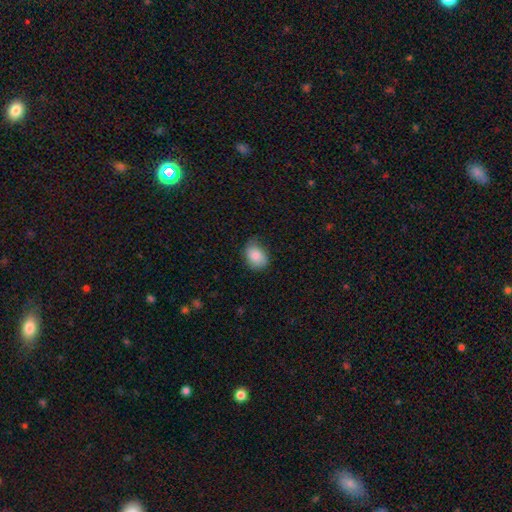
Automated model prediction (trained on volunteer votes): This appears to be a smooth galaxy with no disk features (86%) that is in between round and cigar-shaped (68%). Merging: none (65%).